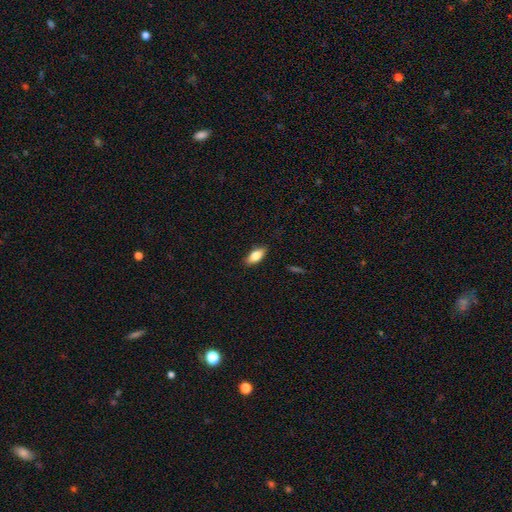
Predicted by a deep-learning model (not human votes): smooth-or-featured: smooth: 79% | featured or disk: 14% | star or artifact: 7%
  how-rounded: in between: 84% | cigar-shaped: 13% | round: 3%
  merging: none: 88% | minor disturbance: 9% | major disturbance: 2% | merger: 1%